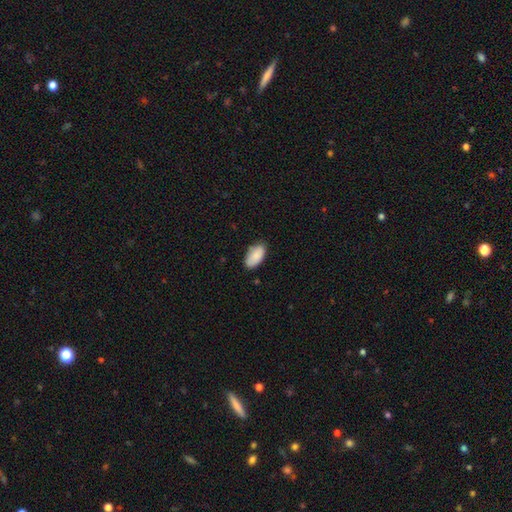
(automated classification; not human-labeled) Smooth or featured? smooth (87%)
How rounded? in between (94%)
Merging? none (77%)